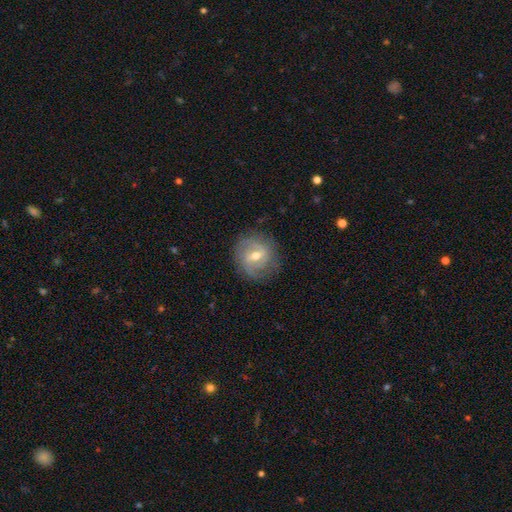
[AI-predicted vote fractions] A featured or disk galaxy (70%) with a weak bar (54%), 2 (49%) tight (53%) spiral arms (79%) and a moderate central bulge (68%).

Vote fractions:
- Smooth or featured? featured or disk: 70% / smooth: 22% / star or artifact: 7%
- Edge-on disk? no: 96% / yes: 4%
- Bar? weak: 54% / strong: 25% / no: 20%
- Spiral arms? yes: 79% / no: 21%
- Spiral winding? tight: 53% / medium: 34% / loose: 13%
- Spiral arm count? 2: 49% / can't tell: 31% / 3: 10% / 1: 5% / 4: 3% / more than 4: 3%
- Bulge size? moderate: 68% / small: 27% / large: 3% / none: 1% / dominant: 1%
- Merging? none: 80% / minor disturbance: 13% / major disturbance: 5% / merger: 1%